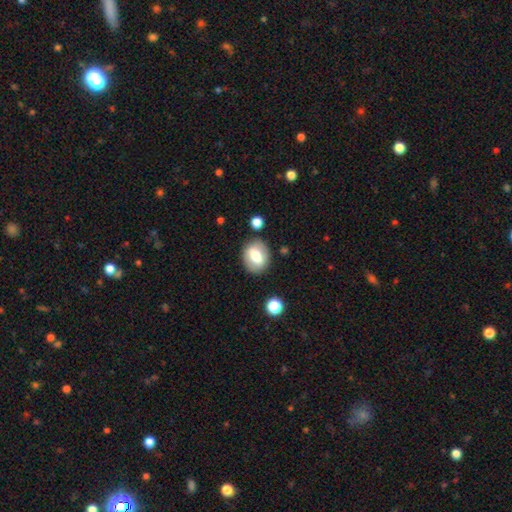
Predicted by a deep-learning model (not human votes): Smooth or featured: smooth — 67% (featured or disk — 25%)
How rounded: in between — 53% (round — 46%)
Merging: none — 83% (minor disturbance — 10%)